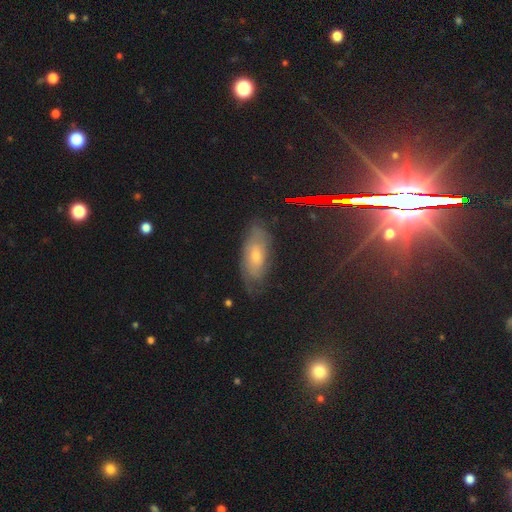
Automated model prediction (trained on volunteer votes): smooth_or_featured: featured or disk (p=0.46) [alt: smooth p=0.36]
merging: none (p=0.75) [alt: minor disturbance p=0.19]